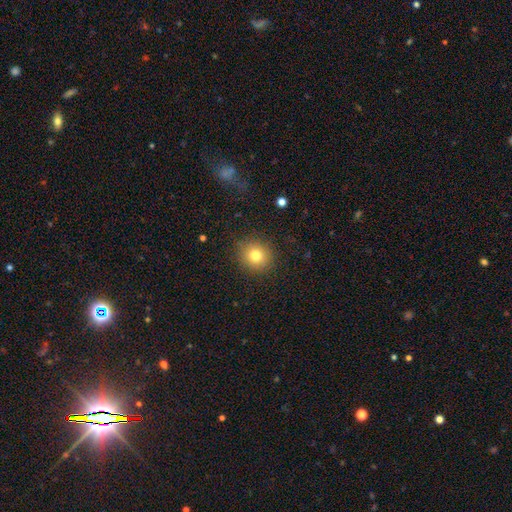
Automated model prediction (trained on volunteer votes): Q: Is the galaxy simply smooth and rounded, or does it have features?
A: smooth — 78%.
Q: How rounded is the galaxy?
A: round — 87%.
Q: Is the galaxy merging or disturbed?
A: none — 89%.